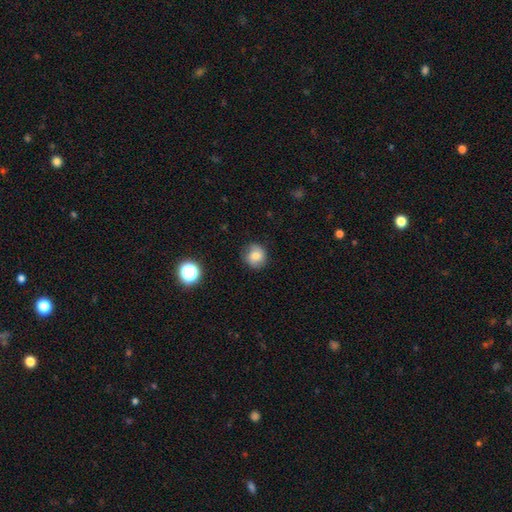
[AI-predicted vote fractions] Smooth or featured? Predicted: smooth (p=0.75). How rounded? Predicted: round (p=0.84). Merging? Predicted: none (p=0.78).